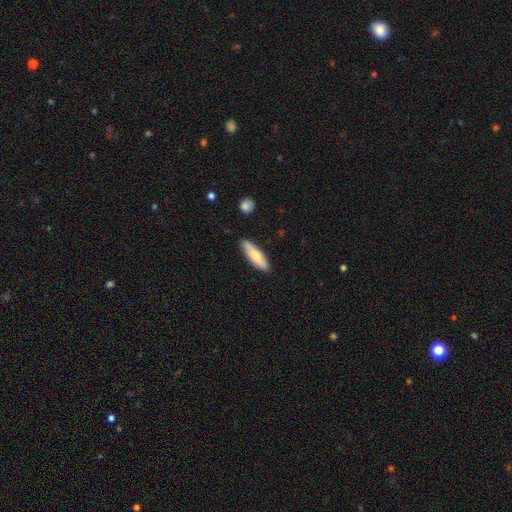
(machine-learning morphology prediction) Smooth or featured? Predicted: smooth (p=0.71). How rounded? Predicted: cigar-shaped (p=0.61). Merging? Predicted: none (p=0.87).